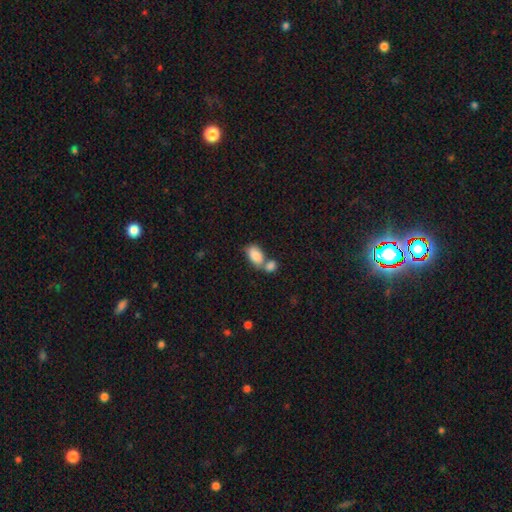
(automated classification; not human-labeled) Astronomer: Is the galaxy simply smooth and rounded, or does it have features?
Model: smooth — 85%.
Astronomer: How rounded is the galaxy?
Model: in between — 91%.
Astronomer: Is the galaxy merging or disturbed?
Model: merger — 56%.